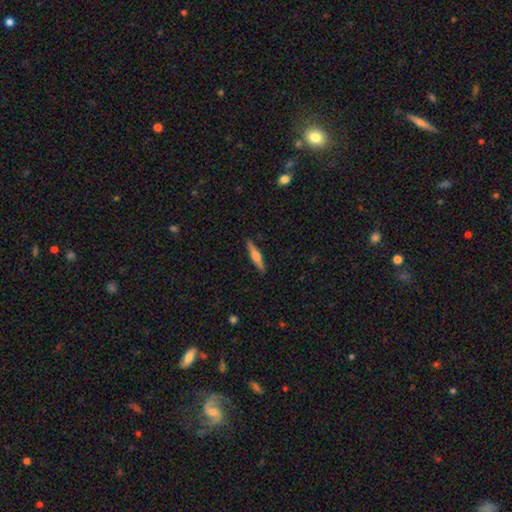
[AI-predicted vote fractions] The model was most divided on "smooth or featured": featured or disk: 58%, smooth: 36%, star or artifact: 6%. More confident: edge-on disk — yes (97%); merging — none (90%); edge-on bulge — rounded (83%).